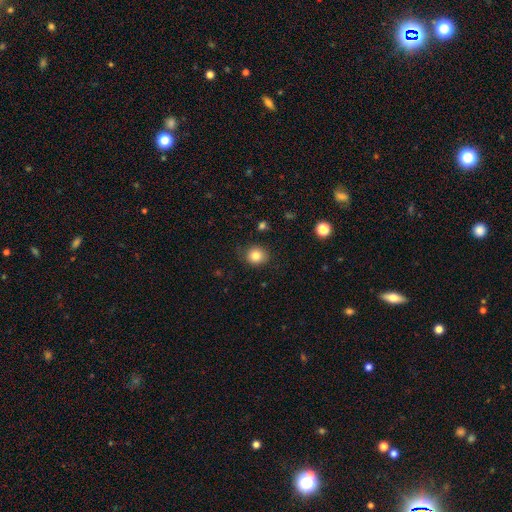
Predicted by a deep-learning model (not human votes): Smooth or featured? smooth (82%)
How rounded? round (81%)
Merging? none (83%)